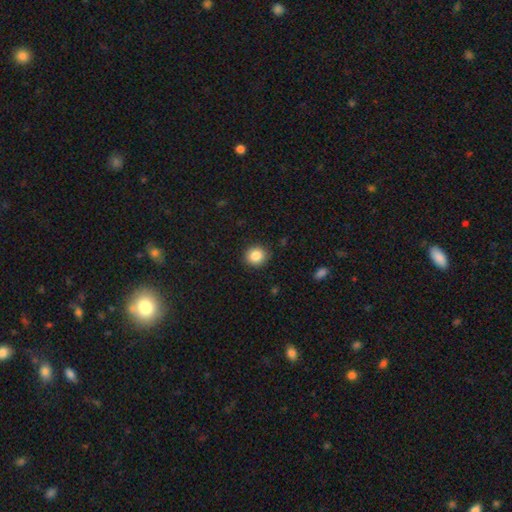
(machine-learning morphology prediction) This appears to be a smooth galaxy with no disk features (86%) that is round (86%). Merging: none (90%).